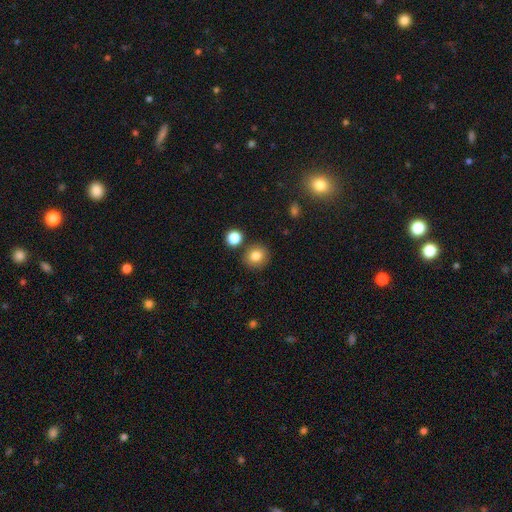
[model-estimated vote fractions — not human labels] Smooth or featured? smooth (83%)
How rounded? round (78%)
Merging? none (83%)